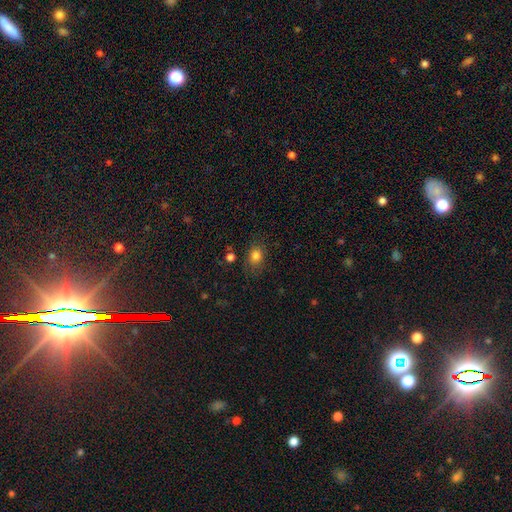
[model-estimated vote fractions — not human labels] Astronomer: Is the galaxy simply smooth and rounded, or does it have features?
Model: smooth — 81%.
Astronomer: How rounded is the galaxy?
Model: in between — 51% (runner-up: round, 47%).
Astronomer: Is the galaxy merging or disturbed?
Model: none — 77%.